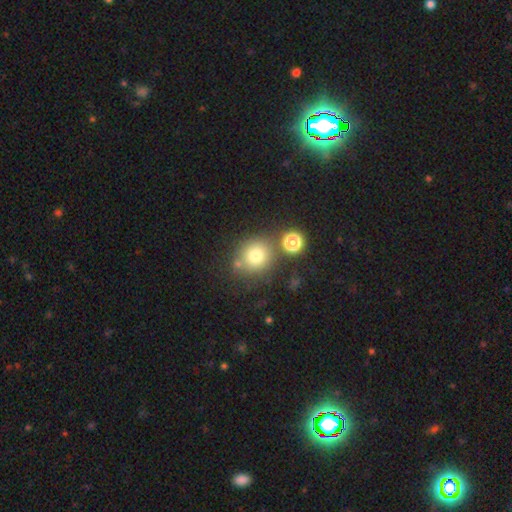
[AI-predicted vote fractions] Smooth or featured? smooth (74%)
How rounded? round (87%)
Merging? none (70%)